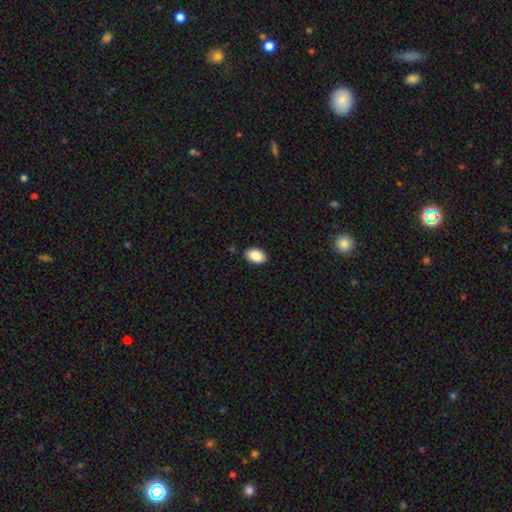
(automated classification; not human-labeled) Smooth or featured: smooth — 89% (star or artifact — 7%)
How rounded: in between — 91% (round — 8%)
Merging: none — 87% (minor disturbance — 9%)